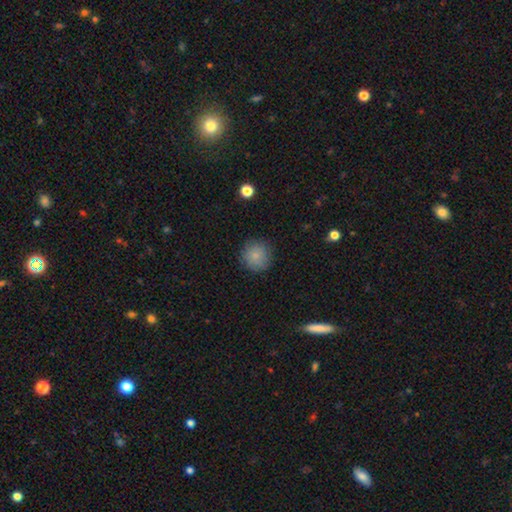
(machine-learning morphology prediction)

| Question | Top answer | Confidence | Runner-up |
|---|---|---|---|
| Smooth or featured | smooth | 84% | star or artifact (9%) |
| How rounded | round | 93% | in between (6%) |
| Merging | none | 86% | minor disturbance (10%) |